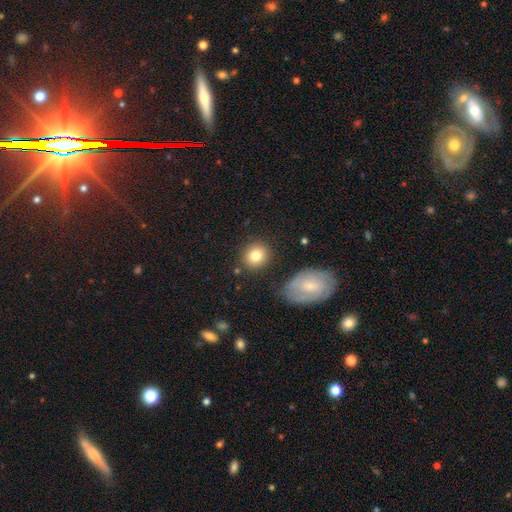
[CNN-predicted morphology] Smooth or featured? Predicted: smooth (p=0.82). How rounded? Predicted: round (p=0.82). Merging? Predicted: none (p=0.82).